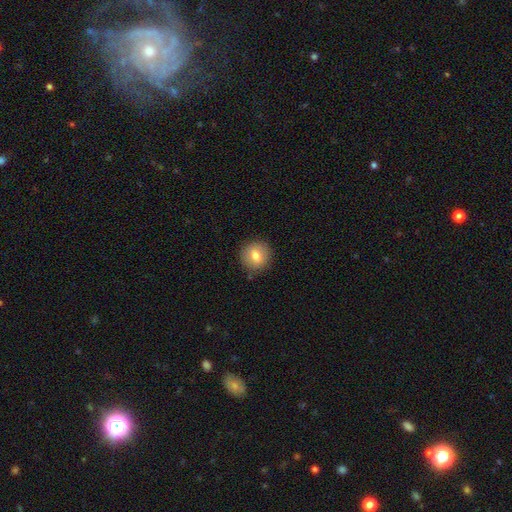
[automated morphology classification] Smooth or featured?
  - smooth: 75% *
  - featured or disk: 17%
  - star or artifact: 9%
How rounded?
  - round: 89% *
  - in between: 10%
  - cigar-shaped: 1%
Merging?
  - none: 88% *
  - minor disturbance: 8%
  - major disturbance: 2%
  - merger: 2%